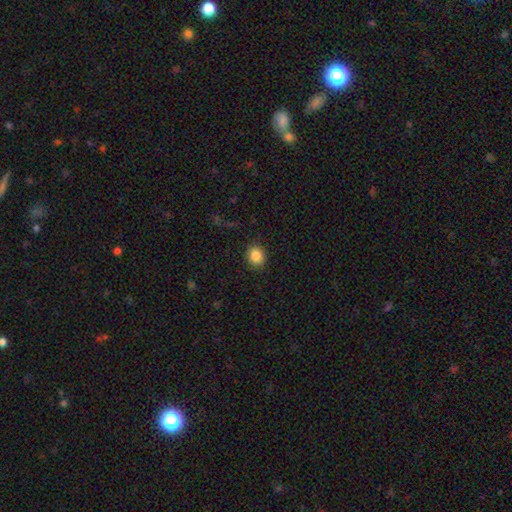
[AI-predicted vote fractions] Smooth or featured? smooth (86%)
How rounded? round (69%)
Merging? none (89%)